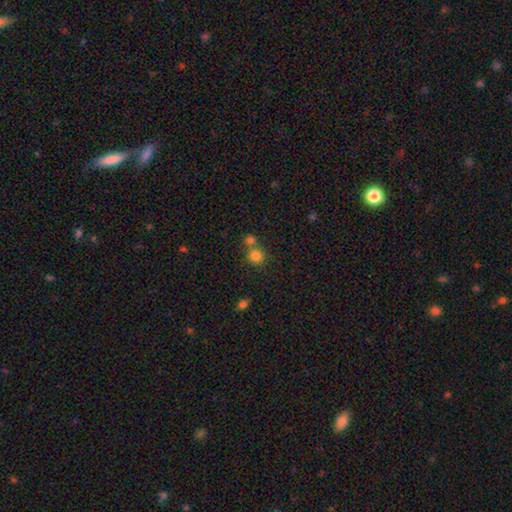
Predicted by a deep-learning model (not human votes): smooth 79%, star or artifact 14%, featured or disk 7%. Down the decision tree: how rounded — round (89%); merging — none (56%).